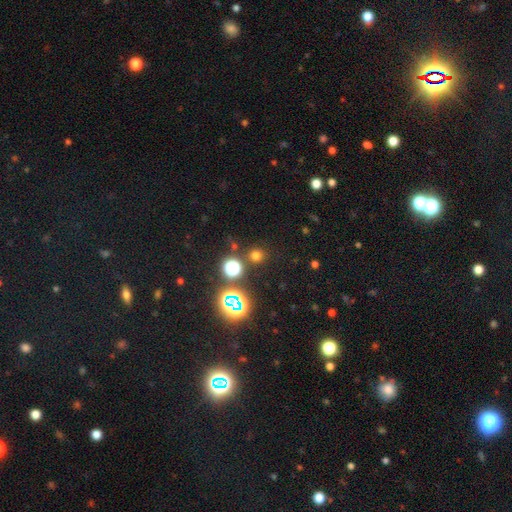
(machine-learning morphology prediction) Smooth or featured: smooth — 65% (star or artifact — 29%)
How rounded: round — 91% (in between — 8%)
Merging: none — 86% (minor disturbance — 7%)